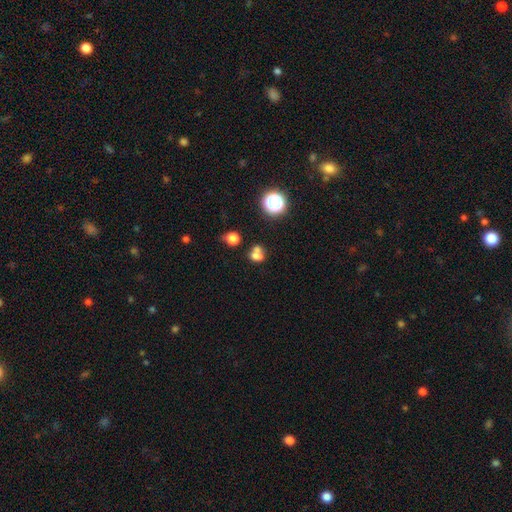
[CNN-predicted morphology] Q: Smooth or featured?
A: smooth (67%); runner-up: star or artifact (18%)
Q: How rounded?
A: round (63%); runner-up: in between (36%)
Q: Merging?
A: merger (49%); runner-up: none (35%)